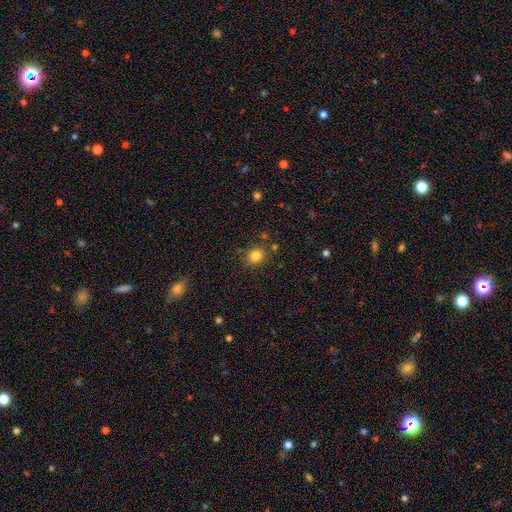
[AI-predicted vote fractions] A smooth galaxy with no disk features (82%) that is round (84%).

Vote fractions:
- Smooth or featured? smooth: 82% / star or artifact: 12% / featured or disk: 5%
- How rounded? round: 84% / in between: 15% / cigar-shaped: 1%
- Merging? none: 82% / minor disturbance: 10% / merger: 5% / major disturbance: 3%